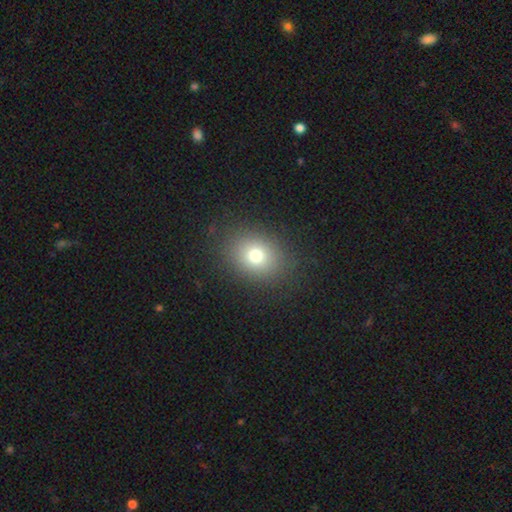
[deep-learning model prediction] smooth 74%, star or artifact 15%, featured or disk 11%. Down the decision tree: how rounded — round (54%); merging — none (86%).